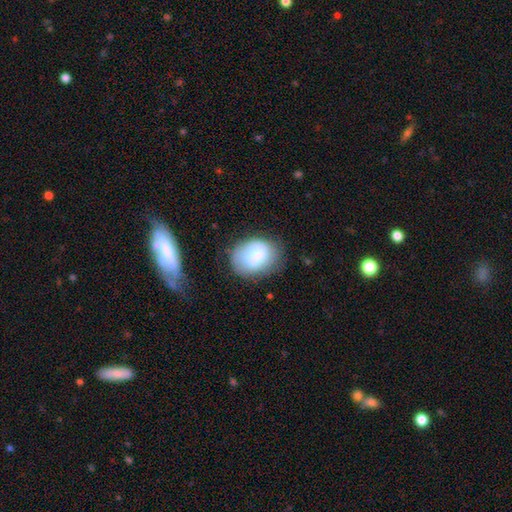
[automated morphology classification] Smooth or featured? smooth (62%)
How rounded? in between (64%)
Merging? none (61%)